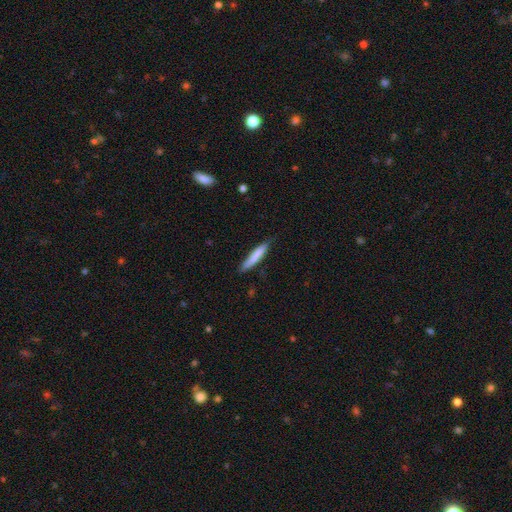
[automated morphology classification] Smooth or featured? smooth (78%)
How rounded? cigar-shaped (91%)
Merging? none (79%)